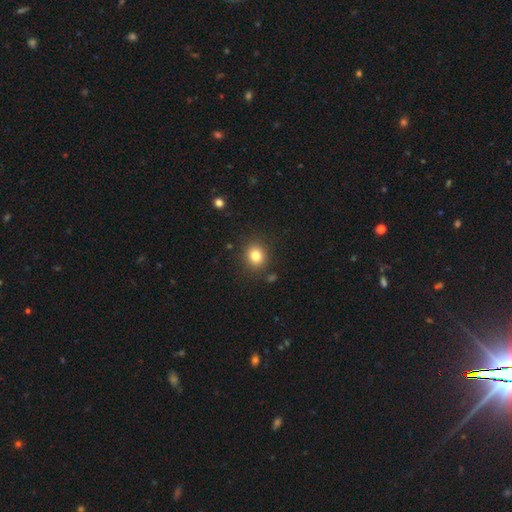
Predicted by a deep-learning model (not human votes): Smooth or featured? smooth (81%)
How rounded? round (77%)
Merging? none (87%)